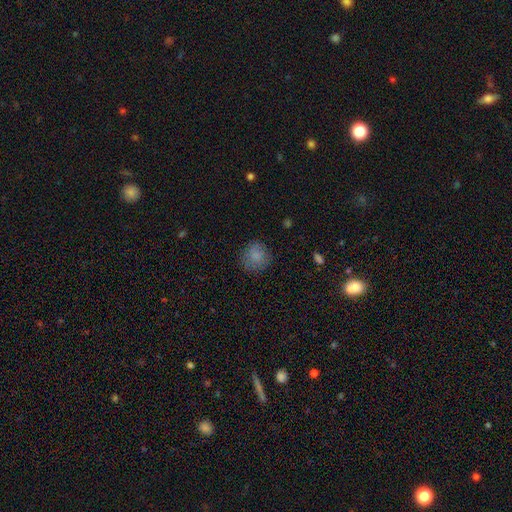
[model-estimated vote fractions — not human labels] Q: Smooth or featured?
A: smooth (82%); runner-up: star or artifact (10%)
Q: How rounded?
A: round (88%); runner-up: in between (11%)
Q: Merging?
A: none (80%); runner-up: minor disturbance (14%)